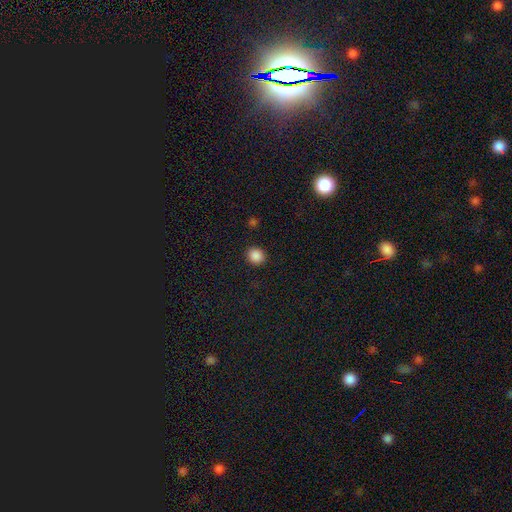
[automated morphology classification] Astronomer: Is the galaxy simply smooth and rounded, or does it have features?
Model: smooth — 87%.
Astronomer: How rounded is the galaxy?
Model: round — 85%.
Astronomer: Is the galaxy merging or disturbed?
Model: none — 91%.